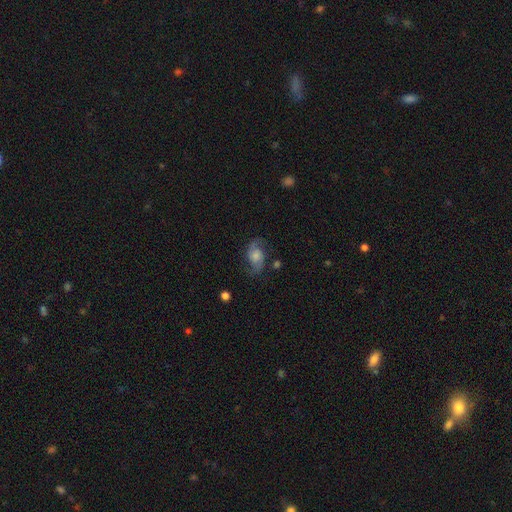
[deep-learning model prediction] Morphology: type=featured or disk (75%); edge-on=no (97%); bar=no (66%); spiral arms=yes (94%); winding=loose (47%); arm count=2 (91%); bulge=moderate (35%); merging=none (71%).